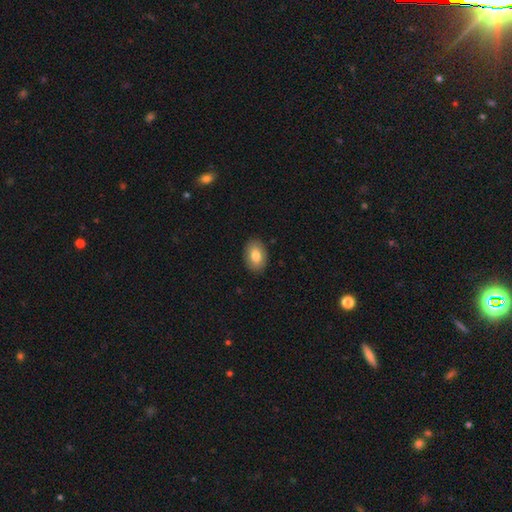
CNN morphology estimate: Q: Smooth or featured?
A: smooth (80%); runner-up: featured or disk (13%)
Q: How rounded?
A: in between (86%); runner-up: round (13%)
Q: Merging?
A: none (88%); runner-up: minor disturbance (9%)